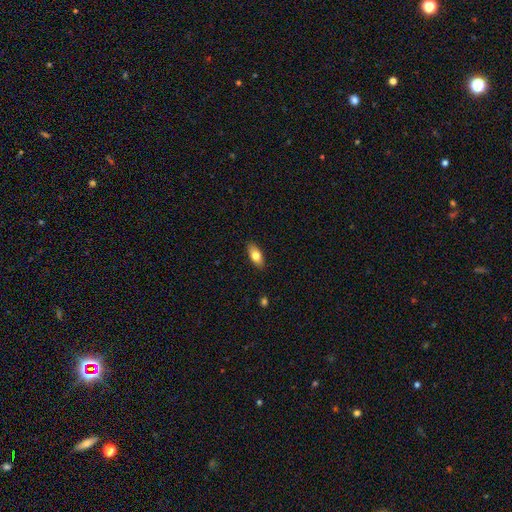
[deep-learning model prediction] Smooth or featured? Predicted: smooth (p=0.75). How rounded? Predicted: in between (p=0.86). Merging? Predicted: none (p=0.88).